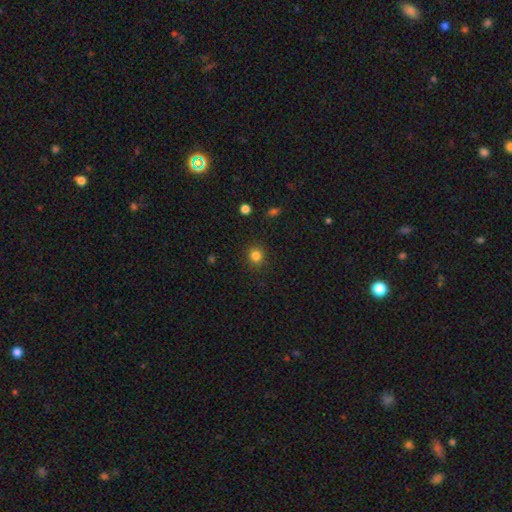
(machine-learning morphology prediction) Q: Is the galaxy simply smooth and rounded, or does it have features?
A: smooth — 83%.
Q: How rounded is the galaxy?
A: round — 88%.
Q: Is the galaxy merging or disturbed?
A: none — 90%.